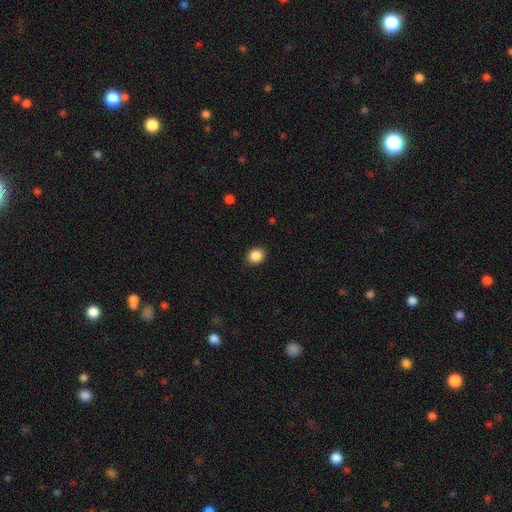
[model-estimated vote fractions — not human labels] Overall: smooth (87%). How rounded: round (68%; in between 31%). Merging: none (90%).